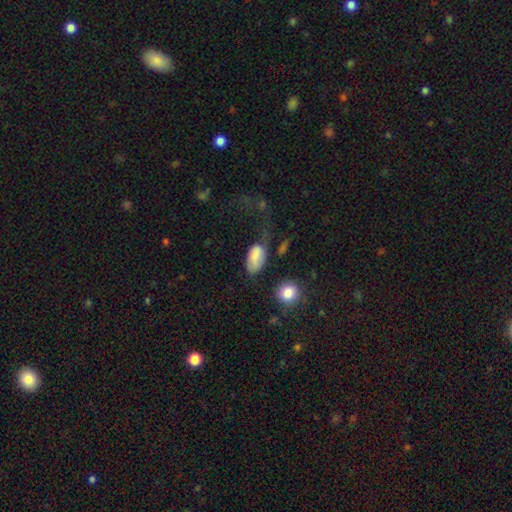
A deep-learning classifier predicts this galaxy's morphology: smooth-or-featured: smooth: 79% | featured or disk: 13% | star or artifact: 8%
  how-rounded: in between: 93% | round: 5% | cigar-shaped: 2%
  merging: none: 36% | major disturbance: 32% | minor disturbance: 26% | merger: 6%